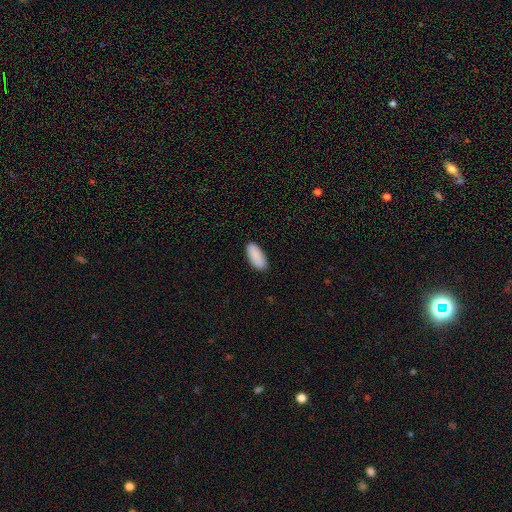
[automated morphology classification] Smooth or featured?
  - smooth: 90% *
  - star or artifact: 6%
  - featured or disk: 4%
How rounded?
  - in between: 89% *
  - cigar-shaped: 9%
  - round: 2%
Merging?
  - none: 88% *
  - minor disturbance: 9%
  - major disturbance: 2%
  - merger: 1%